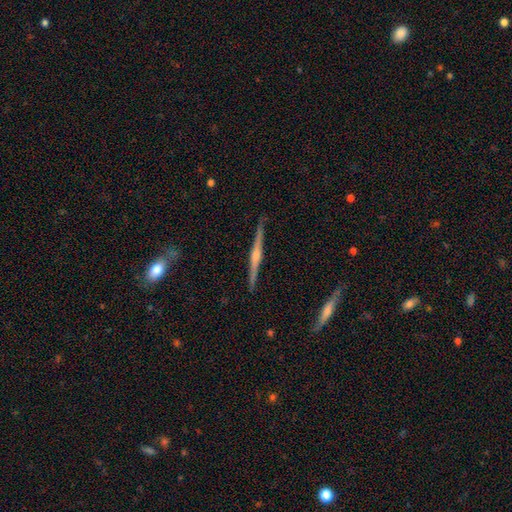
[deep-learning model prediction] Smooth or featured: featured or disk — 76% (smooth — 14%)
Edge-on disk: yes — 97% (no — 3%)
Edge-on bulge: rounded — 79% (none — 12%)
Merging: none — 87% (minor disturbance — 9%)